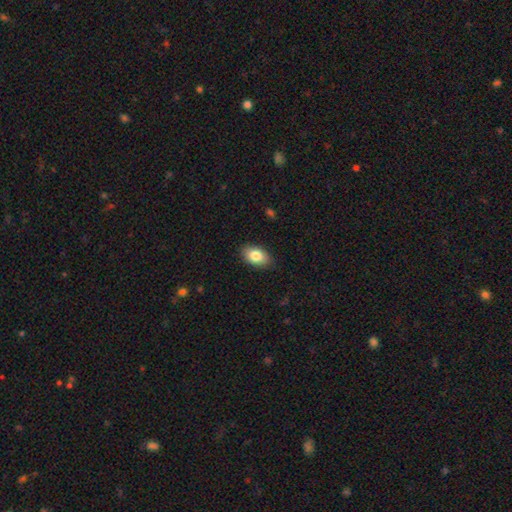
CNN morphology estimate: smooth 84%, featured or disk 9%, star or artifact 7%. Down the decision tree: how rounded — in between (91%); merging — none (86%).